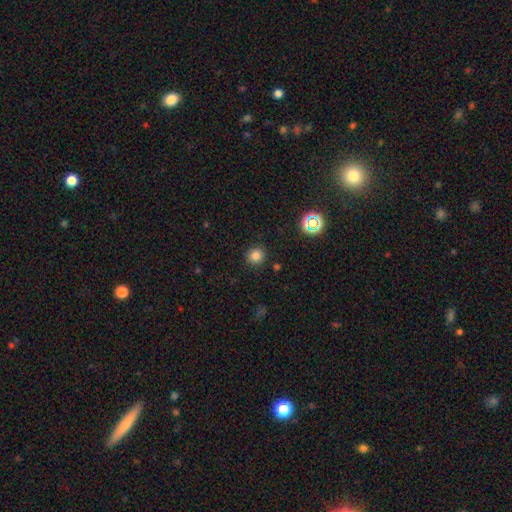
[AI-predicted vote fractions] A smooth galaxy with no disk features (80%) that is round (92%).

Vote fractions:
- Smooth or featured? smooth: 80% / star or artifact: 15% / featured or disk: 6%
- How rounded? round: 92% / in between: 7% / cigar-shaped: 1%
- Merging? none: 89% / minor disturbance: 7% / major disturbance: 2% / merger: 2%